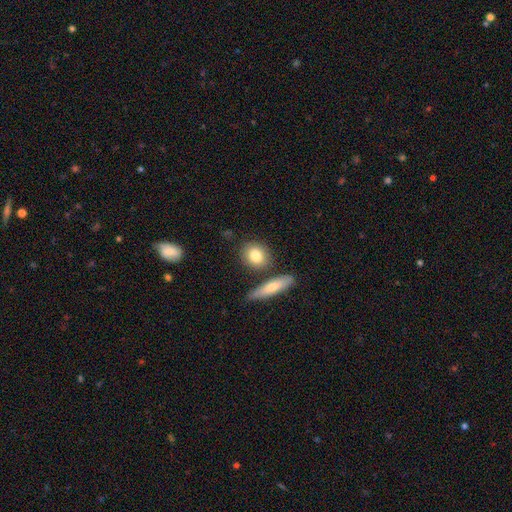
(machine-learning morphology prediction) A smooth galaxy with no disk features (82%) that is round (53%). Merging: none (73%).